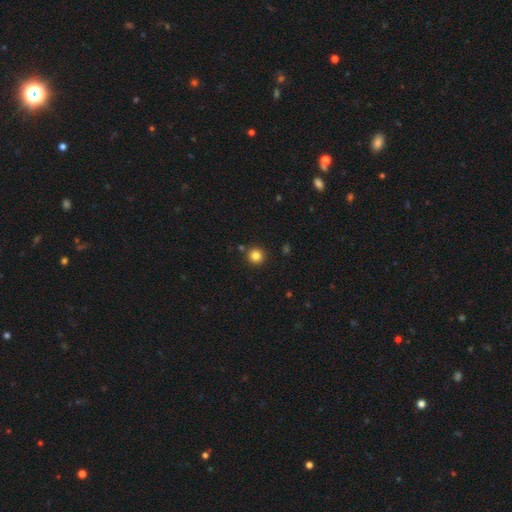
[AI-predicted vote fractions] Smooth or featured?
  - smooth: 83% *
  - star or artifact: 12%
  - featured or disk: 5%
How rounded?
  - round: 95% *
  - in between: 4%
  - cigar-shaped: 1%
Merging?
  - none: 89% *
  - minor disturbance: 6%
  - merger: 3%
  - major disturbance: 2%